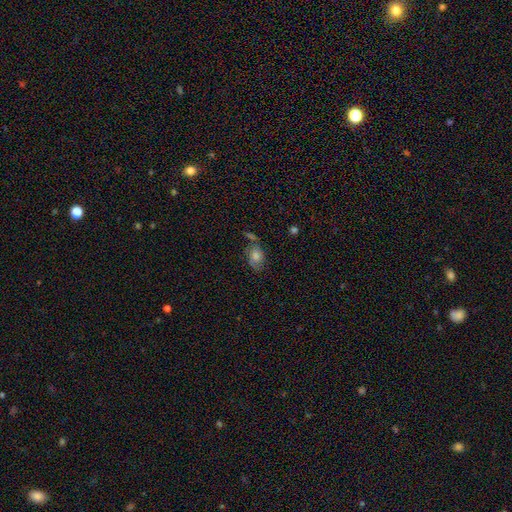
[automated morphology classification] Q: Smooth or featured?
A: smooth (48%); runner-up: featured or disk (37%)
Q: Merging?
A: none (52%); runner-up: minor disturbance (22%)